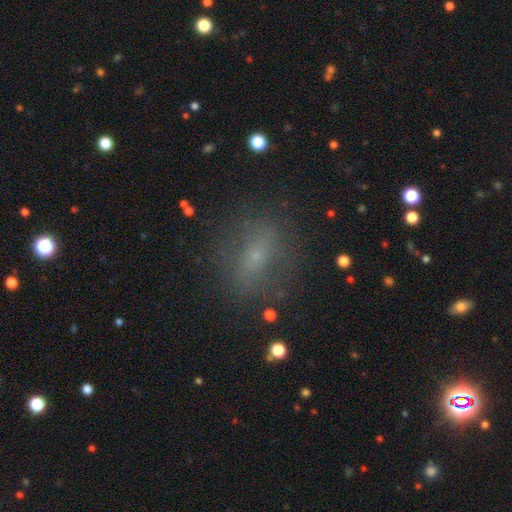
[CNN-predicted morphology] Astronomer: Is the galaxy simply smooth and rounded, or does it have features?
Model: smooth — 55%.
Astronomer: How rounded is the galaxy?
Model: in between — 65%.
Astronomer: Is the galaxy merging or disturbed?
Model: none — 77%.